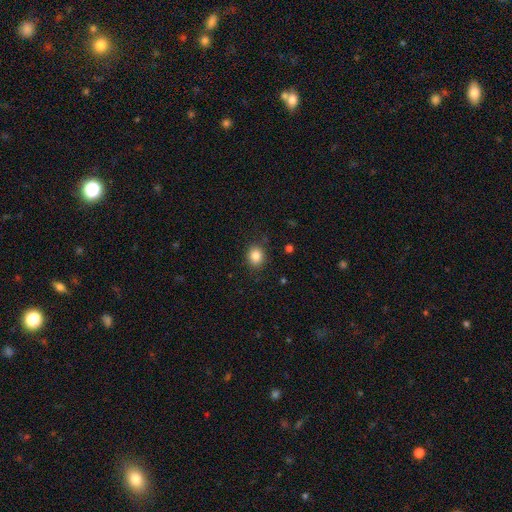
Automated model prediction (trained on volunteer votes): Morphology: type=smooth (84%); roundness=round (69%); merging=none (87%).